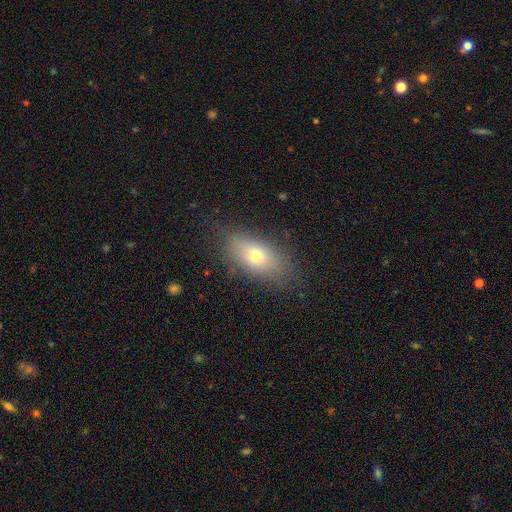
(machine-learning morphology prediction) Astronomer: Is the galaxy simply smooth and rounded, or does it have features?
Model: smooth — 68%.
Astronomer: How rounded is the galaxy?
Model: in between — 84%.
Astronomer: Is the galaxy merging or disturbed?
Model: none — 78%.